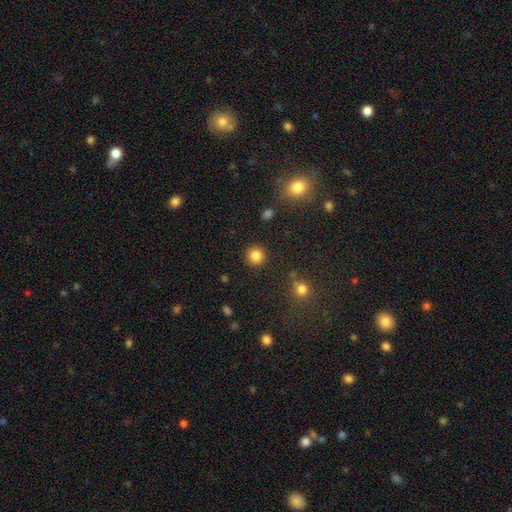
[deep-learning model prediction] A smooth galaxy with no disk features (84%) that is round (93%).

Vote fractions:
- Smooth or featured? smooth: 84% / star or artifact: 11% / featured or disk: 4%
- How rounded? round: 93% / in between: 6% / cigar-shaped: 1%
- Merging? none: 90% / minor disturbance: 6% / major disturbance: 2% / merger: 2%